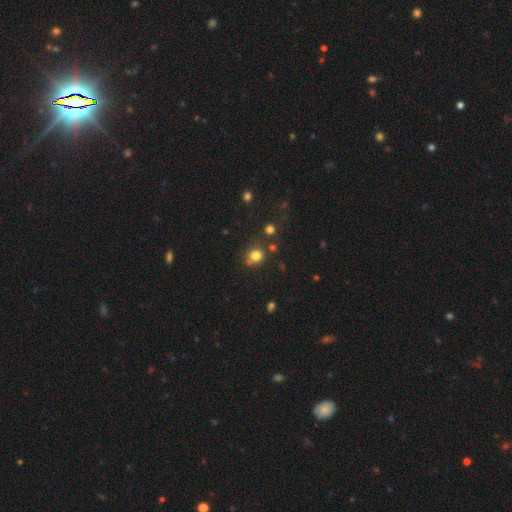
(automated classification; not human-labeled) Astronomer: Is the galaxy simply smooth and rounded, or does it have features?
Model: smooth — 78%.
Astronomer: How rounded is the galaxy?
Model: round — 82%.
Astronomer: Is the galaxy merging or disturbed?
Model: none — 69%.